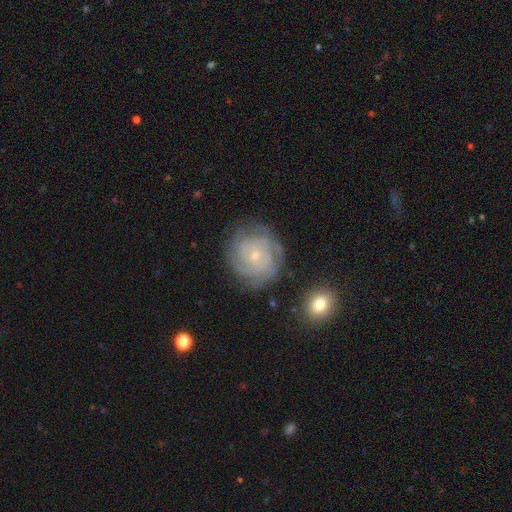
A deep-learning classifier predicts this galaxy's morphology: smooth_or_featured: featured or disk (p=0.77) [alt: smooth p=0.14]
disk_edge_on: no (p=0.97) [alt: yes p=0.03]
bar: no (p=0.80) [alt: weak p=0.17]
has_spiral_arms: yes (p=0.94) [alt: no p=0.06]
spiral_winding: tight (p=0.76) [alt: medium p=0.20]
spiral_arm_count: can't tell (p=0.36) [alt: 3 p=0.21]
bulge_size: small (p=0.81) [alt: moderate p=0.15]
merging: none (p=0.77) [alt: minor disturbance p=0.15]